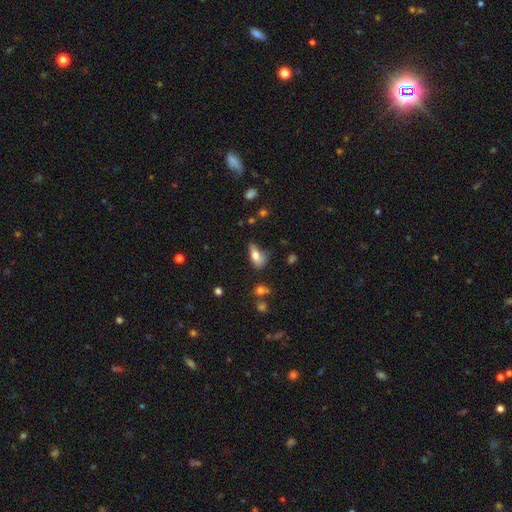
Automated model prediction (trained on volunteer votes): smooth-or-featured: smooth: 74% | featured or disk: 17% | star or artifact: 9%
  how-rounded: in between: 84% | cigar-shaped: 9% | round: 7%
  merging: minor disturbance: 37% | none: 36% | major disturbance: 21% | merger: 6%